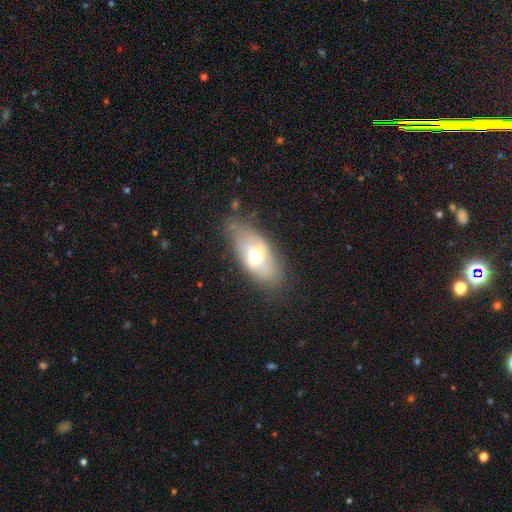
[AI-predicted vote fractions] Smooth or featured? Predicted: smooth (p=0.54). How rounded? Predicted: in between (p=0.89). Merging? Predicted: none (p=0.66).